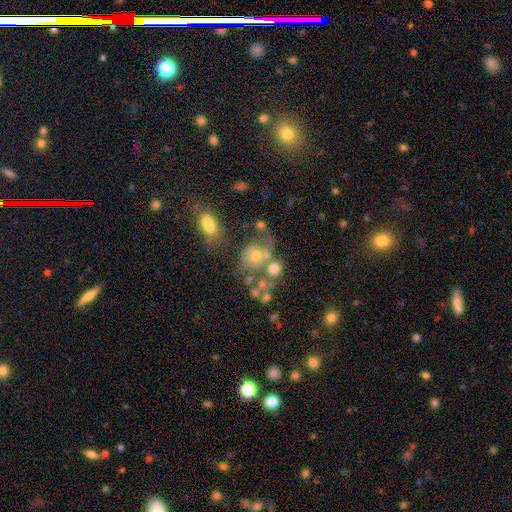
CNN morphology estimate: This is possibly a smooth galaxy (48%). Merging: marginally merger (37%).